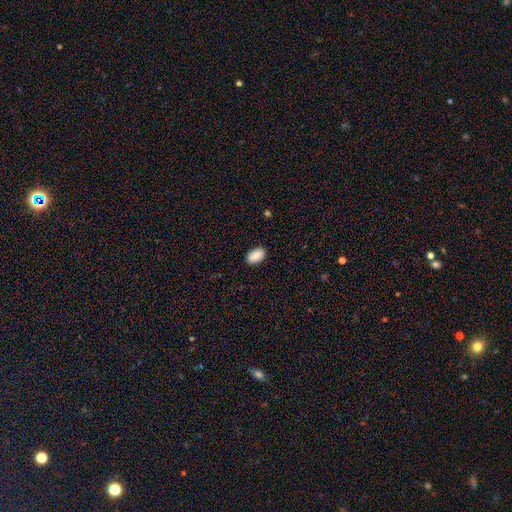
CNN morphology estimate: Smooth or featured?
  - smooth: 90% *
  - star or artifact: 7%
  - featured or disk: 3%
How rounded?
  - in between: 93% *
  - round: 5%
  - cigar-shaped: 2%
Merging?
  - none: 89% *
  - minor disturbance: 8%
  - major disturbance: 2%
  - merger: 1%